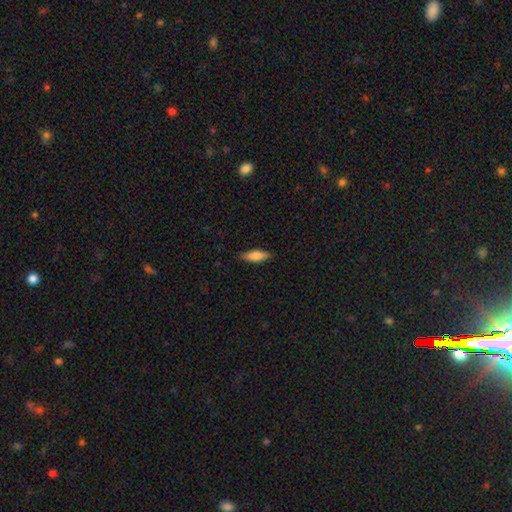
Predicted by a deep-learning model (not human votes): A smooth galaxy with no disk features (78%) that is in between round and cigar-shaped (50%). Merging: none (86%).